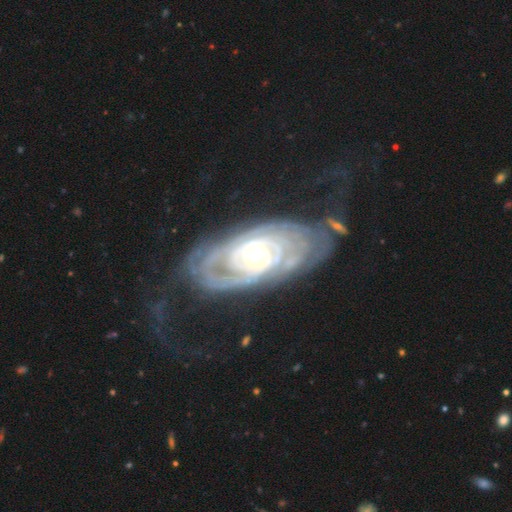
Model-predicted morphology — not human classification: smooth-or-featured: featured or disk: 89% | smooth: 7% | star or artifact: 5%
  disk-edge-on: no: 93% | yes: 7%
    bar: no: 70% | weak: 20% | strong: 10%
    has-spiral-arms: yes: 92% | no: 8%
      spiral-winding: tight: 77% | medium: 17% | loose: 6%
      spiral-arm-count: can't tell: 40% | 2: 31% | 3: 10% | 4: 7% | more than 4: 6% | 1: 6%
    bulge-size: moderate: 63% | small: 28% | large: 6% | dominant: 1% | none: 1%
  merging: none: 54% | major disturbance: 23% | minor disturbance: 20% | merger: 3%